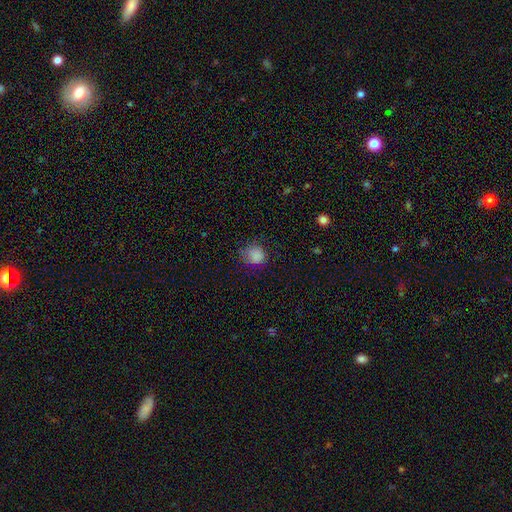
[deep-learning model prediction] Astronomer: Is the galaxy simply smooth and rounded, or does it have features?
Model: smooth — 85%.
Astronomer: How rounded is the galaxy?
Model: round — 82%.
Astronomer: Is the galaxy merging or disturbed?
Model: none — 72%.